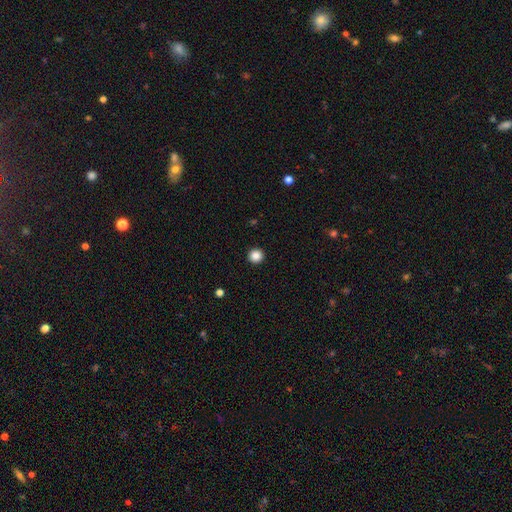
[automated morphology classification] Smooth or featured? smooth (86%)
How rounded? round (96%)
Merging? none (94%)